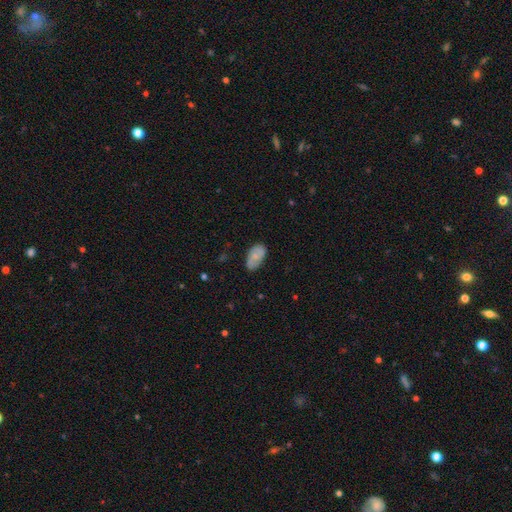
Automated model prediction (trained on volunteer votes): This appears to be a smooth galaxy with no disk features (62%) that is in between round and cigar-shaped (93%). Merging: none (75%).